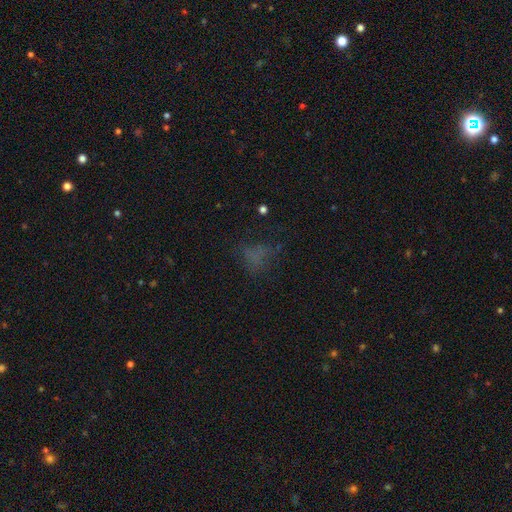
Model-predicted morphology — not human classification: type=smooth (50%); merging=none (52%).